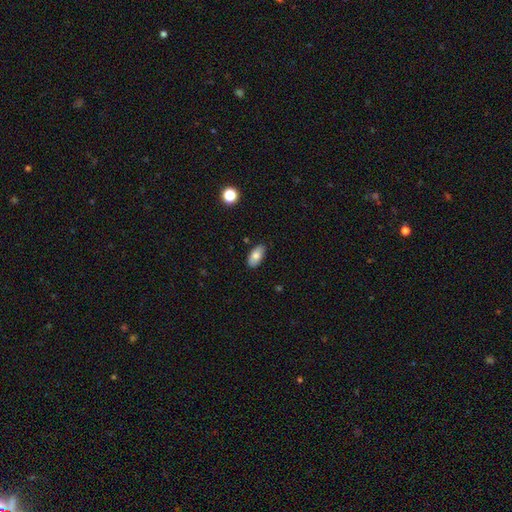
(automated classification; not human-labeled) Smooth or featured? Predicted: smooth (p=0.79). How rounded? Predicted: in between (p=0.92). Merging? Predicted: none (p=0.83).